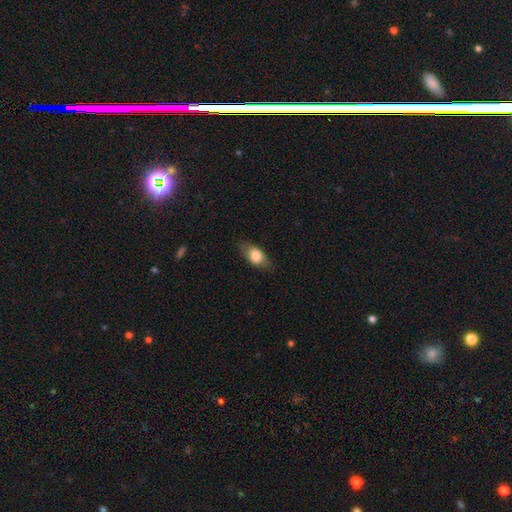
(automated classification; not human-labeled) Smooth or featured?
  - smooth: 74% *
  - featured or disk: 19%
  - star or artifact: 7%
How rounded?
  - in between: 81% *
  - round: 10%
  - cigar-shaped: 9%
Merging?
  - none: 79% *
  - minor disturbance: 15%
  - major disturbance: 4%
  - merger: 1%